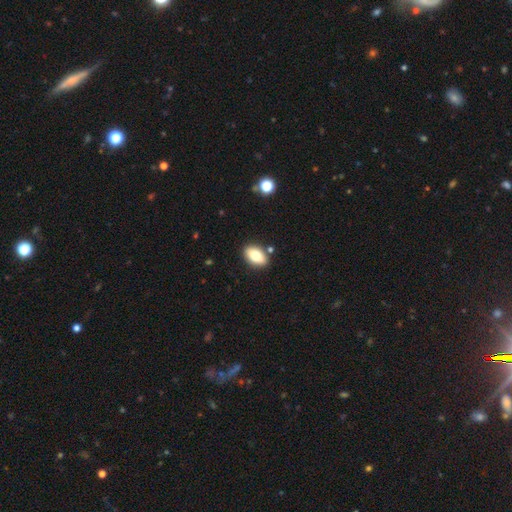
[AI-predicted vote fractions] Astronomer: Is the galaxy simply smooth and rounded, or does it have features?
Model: smooth — 80%.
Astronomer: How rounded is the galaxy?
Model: in between — 91%.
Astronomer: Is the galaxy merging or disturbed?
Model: none — 85%.